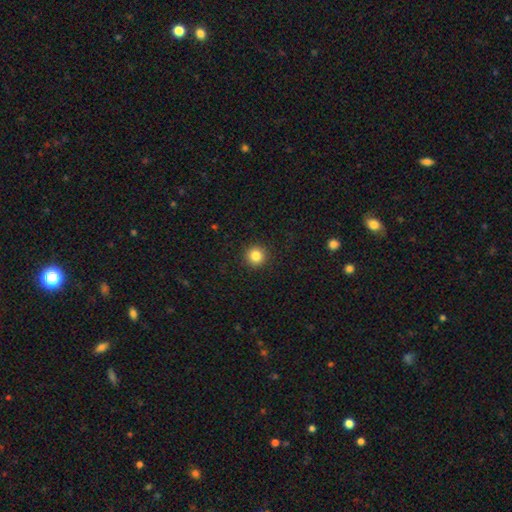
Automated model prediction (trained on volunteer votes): smooth_or_featured: smooth (p=0.84) [alt: star or artifact p=0.11]
how_rounded: round (p=0.96) [alt: in between p=0.03]
merging: none (p=0.93) [alt: minor disturbance p=0.04]